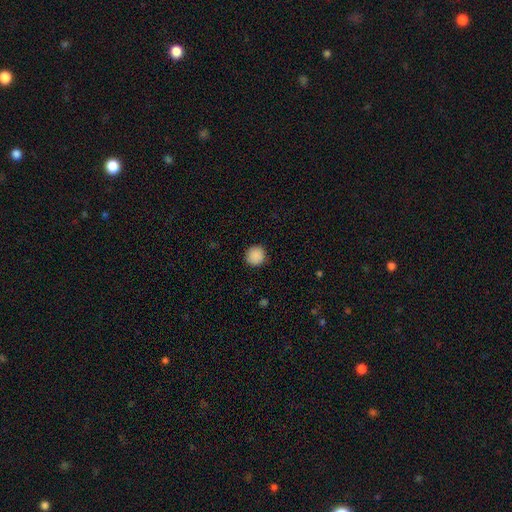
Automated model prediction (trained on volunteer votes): smooth 89%, star or artifact 8%, featured or disk 2%. Down the decision tree: how rounded — round (93%); merging — none (91%).